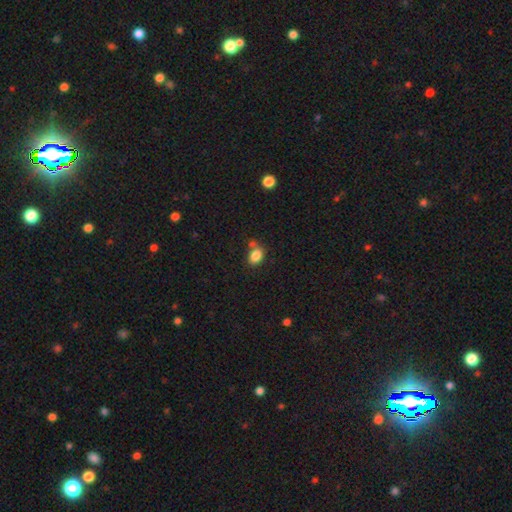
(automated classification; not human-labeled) smooth-or-featured: smooth: 85% | star or artifact: 10% | featured or disk: 6%
  how-rounded: in between: 73% | round: 26% | cigar-shaped: 1%
  merging: none: 61% | merger: 19% | minor disturbance: 15% | major disturbance: 5%